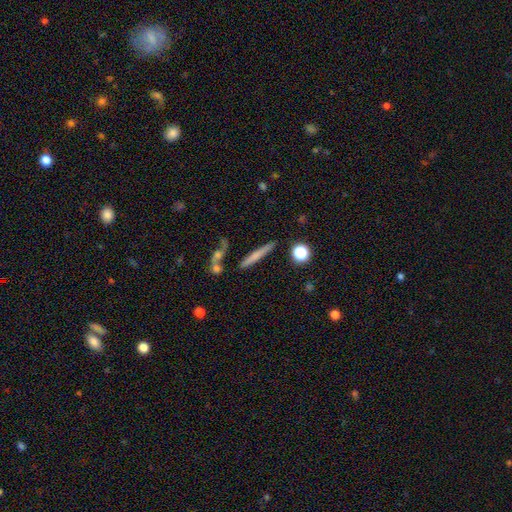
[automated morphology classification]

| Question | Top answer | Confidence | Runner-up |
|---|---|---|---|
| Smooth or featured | smooth | 56% | featured or disk (36%) |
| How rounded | cigar-shaped | 90% | in between (6%) |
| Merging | none | 80% | minor disturbance (9%) |